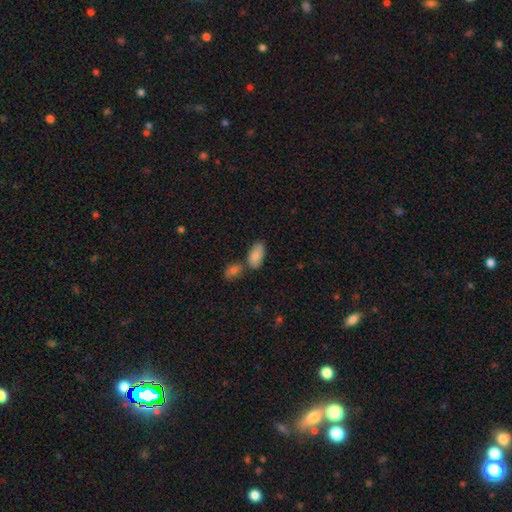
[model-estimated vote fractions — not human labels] Q: Smooth or featured?
A: smooth (86%); runner-up: featured or disk (7%)
Q: How rounded?
A: in between (94%); runner-up: cigar-shaped (3%)
Q: Merging?
A: none (60%); runner-up: merger (21%)